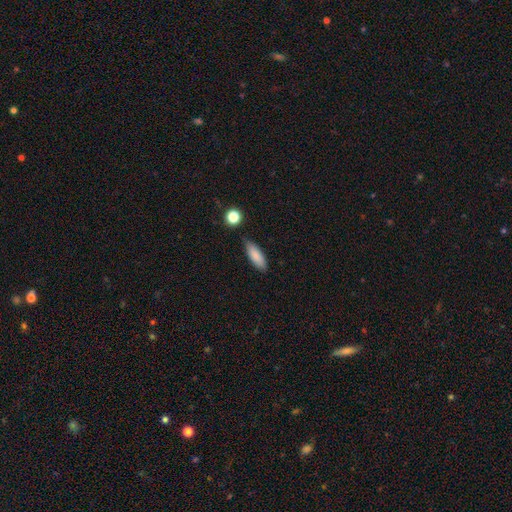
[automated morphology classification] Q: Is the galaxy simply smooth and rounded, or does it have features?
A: smooth — 85%.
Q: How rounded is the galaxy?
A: in between — 62%.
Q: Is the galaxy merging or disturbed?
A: none — 78%.